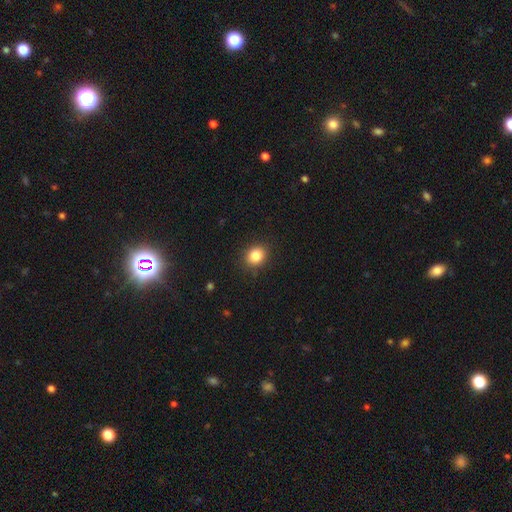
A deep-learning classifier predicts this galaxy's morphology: smooth 84%, star or artifact 10%, featured or disk 5%. Down the decision tree: how rounded — round (63%); merging — none (89%).